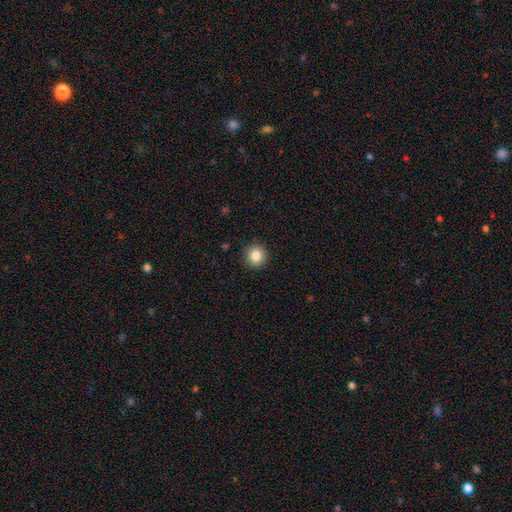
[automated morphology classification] The model was most divided on "smooth or featured": smooth: 85%, star or artifact: 10%, featured or disk: 5%. More confident: how rounded — round (93%); merging — none (92%).